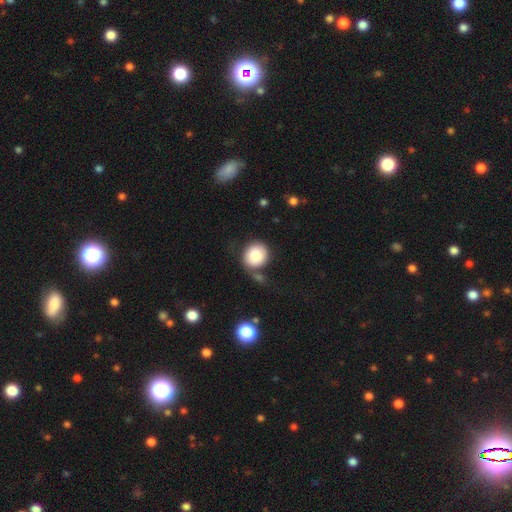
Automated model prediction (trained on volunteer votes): A smooth galaxy with no disk features (83%) that is round (82%).

Vote fractions:
- Smooth or featured? smooth: 83% / featured or disk: 10% / star or artifact: 7%
- How rounded? round: 82% / in between: 17% / cigar-shaped: 1%
- Merging? none: 58% / minor disturbance: 21% / merger: 11% / major disturbance: 10%